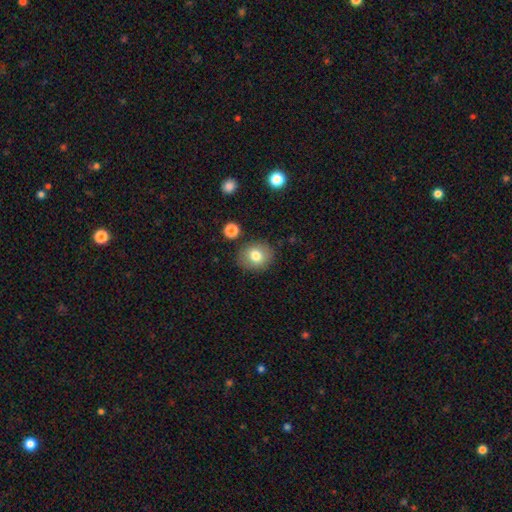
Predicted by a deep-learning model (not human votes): A smooth galaxy with no disk features (78%) that is round (70%). Merging: none (85%).